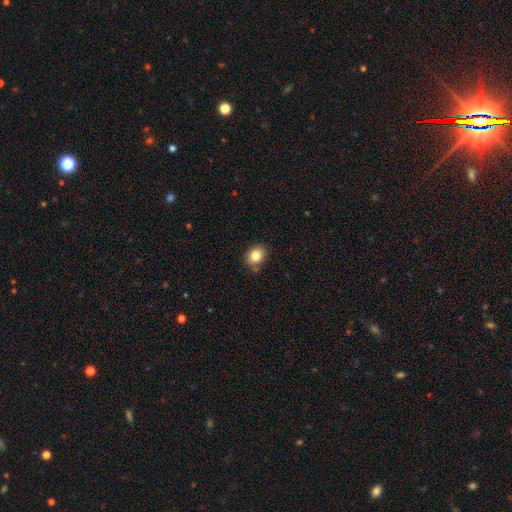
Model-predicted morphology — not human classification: Overall: smooth (84%). How rounded: round (52%; in between 47%). Merging: none (79%).